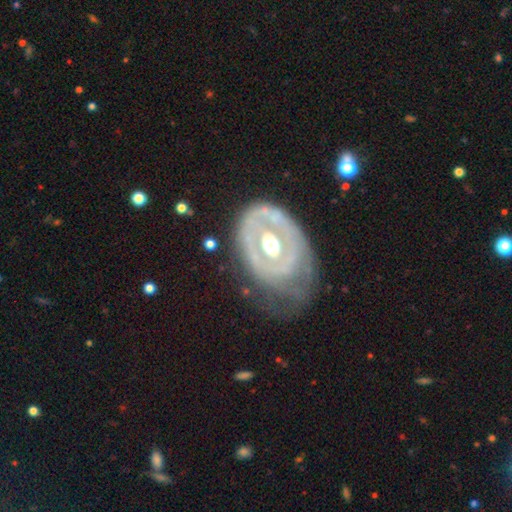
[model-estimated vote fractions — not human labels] smooth-or-featured: featured or disk: 75% | smooth: 18% | star or artifact: 7%
  disk-edge-on: no: 94% | yes: 6%
    bar: no: 55% | weak: 28% | strong: 17%
    has-spiral-arms: no: 57% | yes: 43%
    bulge-size: moderate: 68% | small: 22% | large: 7% | dominant: 1% | none: 1%
  merging: none: 60% | minor disturbance: 23% | major disturbance: 15% | merger: 2%